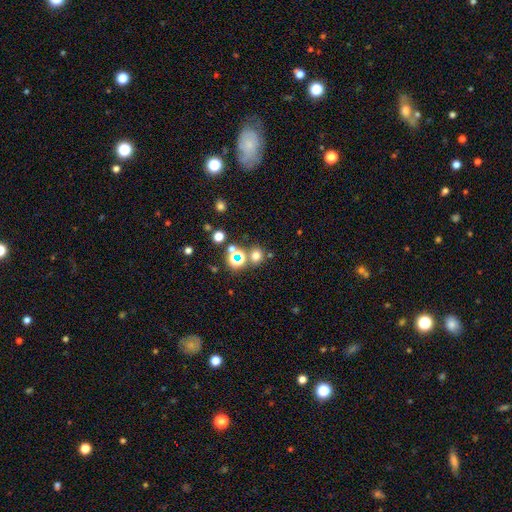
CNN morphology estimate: This is likely a smooth galaxy (62%). How rounded: clearly round (85%). Merging: likely none (75%).